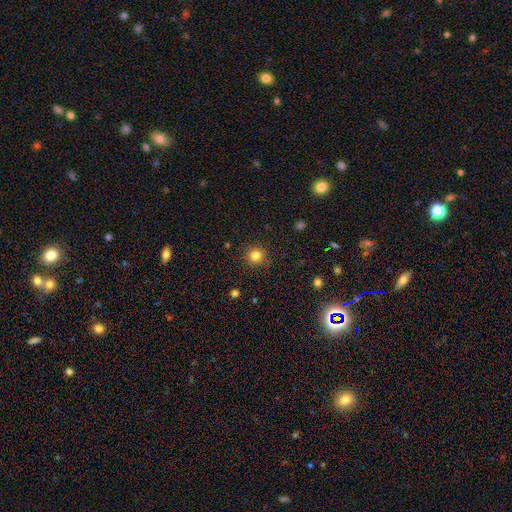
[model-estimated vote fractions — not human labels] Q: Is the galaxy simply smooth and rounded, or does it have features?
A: smooth — 83%.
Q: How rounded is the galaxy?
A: round — 93%.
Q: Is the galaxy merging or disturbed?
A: none — 89%.